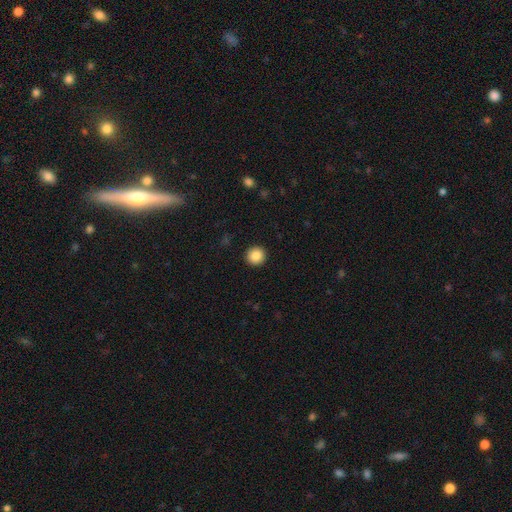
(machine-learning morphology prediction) smooth_or_featured: smooth (p=0.88) [alt: star or artifact p=0.08]
how_rounded: round (p=0.94) [alt: in between p=0.05]
merging: none (p=0.93) [alt: minor disturbance p=0.04]